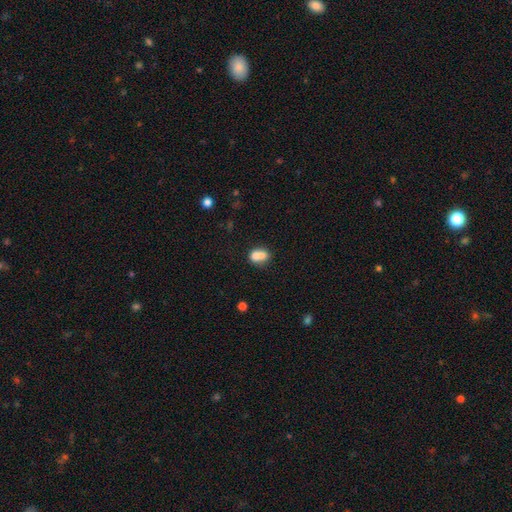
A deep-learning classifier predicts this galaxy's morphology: type=smooth (73%); roundness=in between (59%); merging=merger (55%).